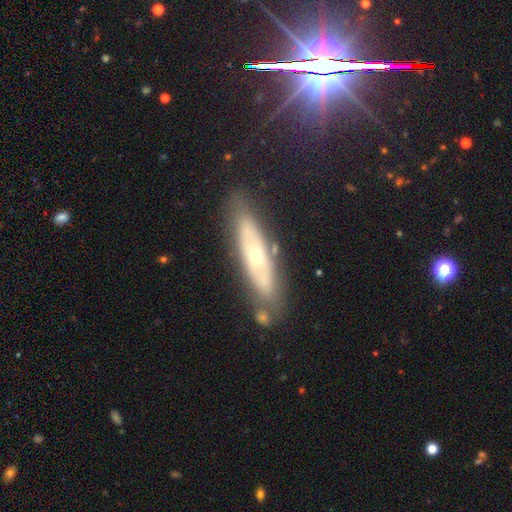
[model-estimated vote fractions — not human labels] Overall: featured or disk (66%). Edge-on disk: no (60%; yes 40%). Merging: none (75%).